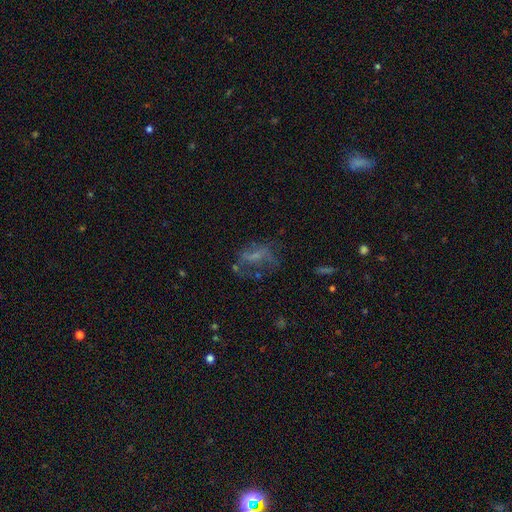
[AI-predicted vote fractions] featured or disk 47%, smooth 35%, star or artifact 18%. Down the decision tree: merging — none (42%).